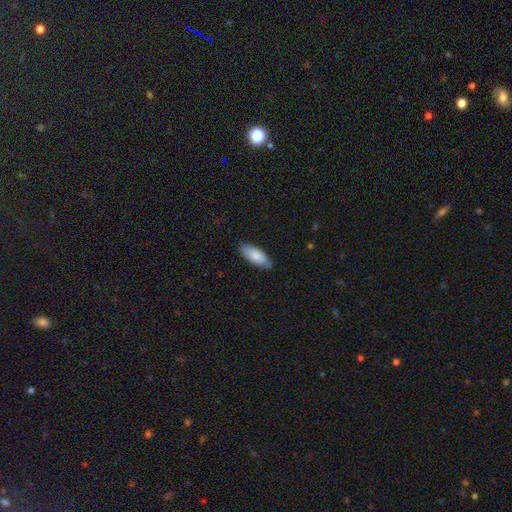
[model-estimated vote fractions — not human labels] The model was most divided on "how rounded": in between: 83%, cigar-shaped: 16%, round: 2%. More confident: smooth or featured — smooth (84%); merging — none (83%).